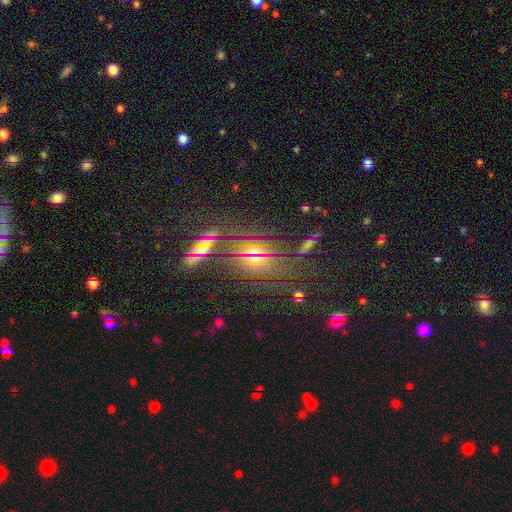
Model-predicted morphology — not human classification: This appears to be a star or artifact, not a galaxy (53%).